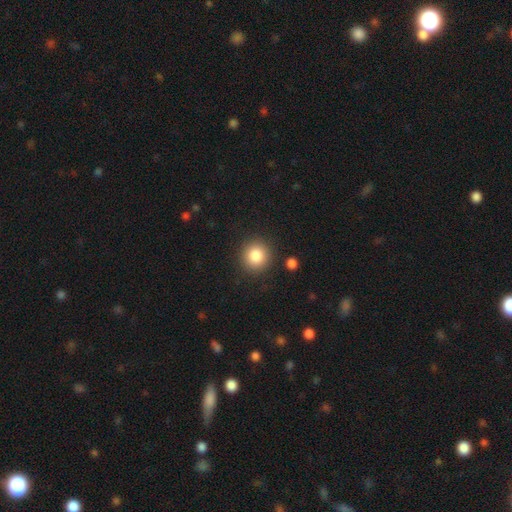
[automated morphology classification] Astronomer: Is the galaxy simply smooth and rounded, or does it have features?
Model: smooth — 85%.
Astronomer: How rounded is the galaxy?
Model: round — 92%.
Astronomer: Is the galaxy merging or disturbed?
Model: none — 88%.